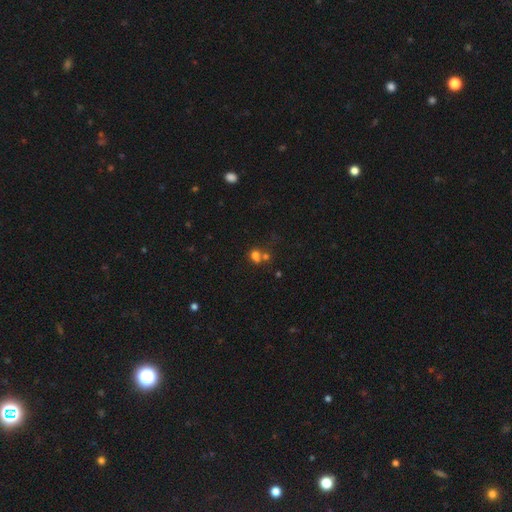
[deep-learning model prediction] Morphology: type=smooth (70%); roundness=round (57%); merging=merger (46%).